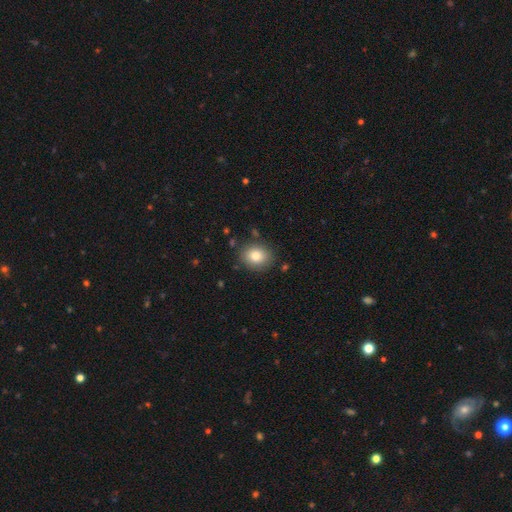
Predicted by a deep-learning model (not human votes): Smooth or featured: smooth — 79% (featured or disk — 11%)
How rounded: round — 62% (in between — 37%)
Merging: none — 86% (minor disturbance — 10%)